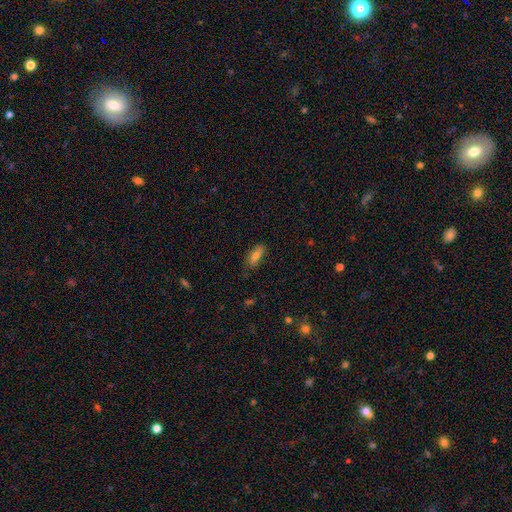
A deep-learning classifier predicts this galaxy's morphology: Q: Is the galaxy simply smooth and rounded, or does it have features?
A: smooth — 70%.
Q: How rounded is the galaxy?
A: in between — 71%.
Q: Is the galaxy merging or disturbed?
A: none — 74%.